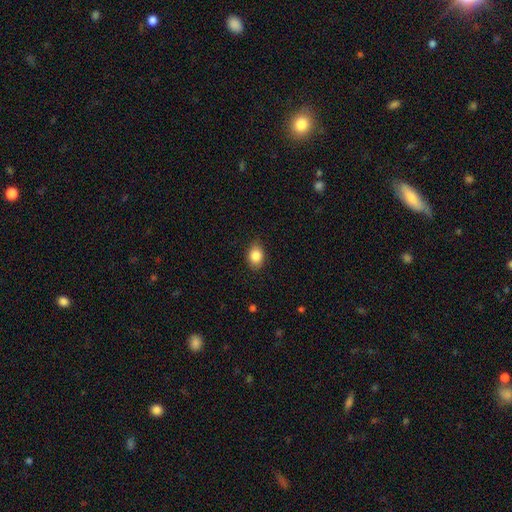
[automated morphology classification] The model was most divided on "how rounded": in between: 72%, round: 27%, cigar-shaped: 1%. More confident: smooth or featured — smooth (86%); merging — none (84%).